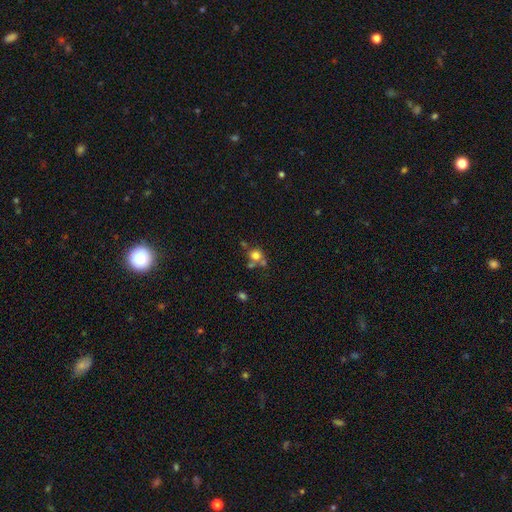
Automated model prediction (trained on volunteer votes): smooth-or-featured: smooth: 74% | star or artifact: 14% | featured or disk: 12%
  how-rounded: round: 85% | in between: 14% | cigar-shaped: 1%
  merging: none: 51% | merger: 32% | minor disturbance: 11% | major disturbance: 6%